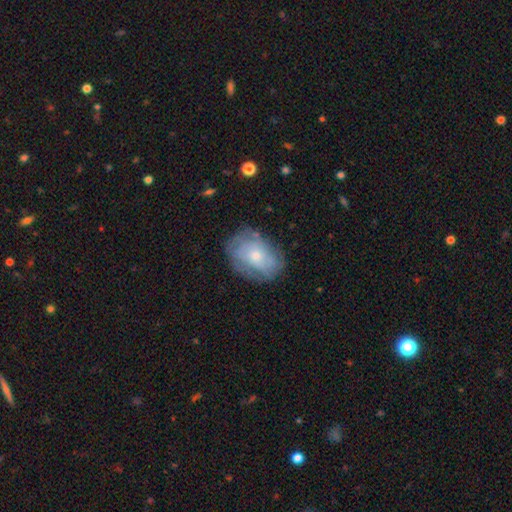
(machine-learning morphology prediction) Q: Smooth or featured?
A: featured or disk (48%); runner-up: smooth (45%)
Q: Merging?
A: none (68%); runner-up: minor disturbance (22%)